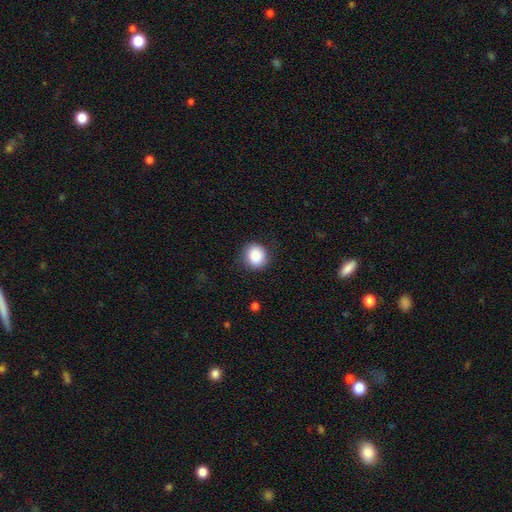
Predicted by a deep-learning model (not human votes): Overall: smooth (88%). How rounded: round (79%). Merging: none (83%).